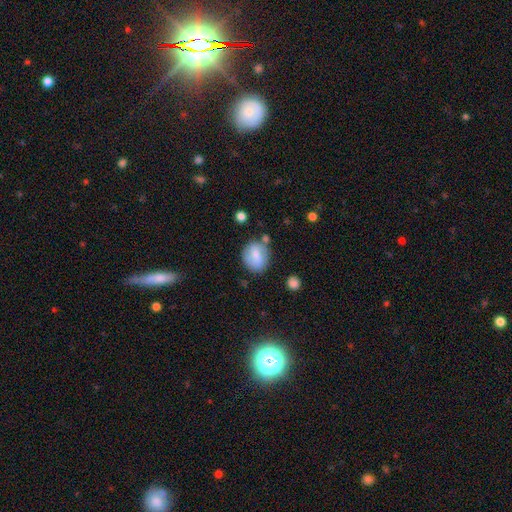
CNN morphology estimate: This is likely a smooth galaxy (71%). How rounded: likely round (64%). Merging: likely none (70%).